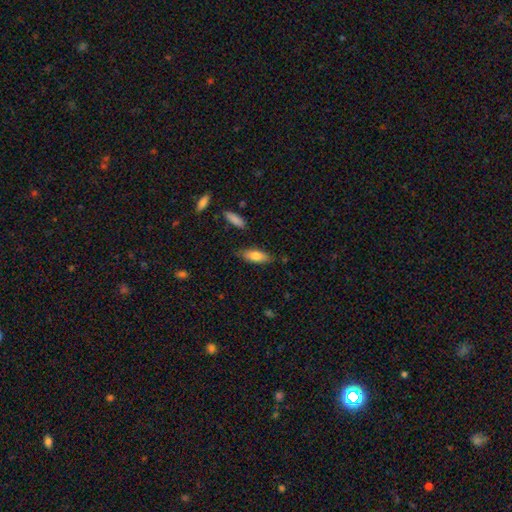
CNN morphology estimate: Smooth or featured?
  - smooth: 77% *
  - featured or disk: 16%
  - star or artifact: 7%
How rounded?
  - in between: 69% *
  - cigar-shaped: 29%
  - round: 2%
Merging?
  - none: 79% *
  - minor disturbance: 15%
  - major disturbance: 3%
  - merger: 3%